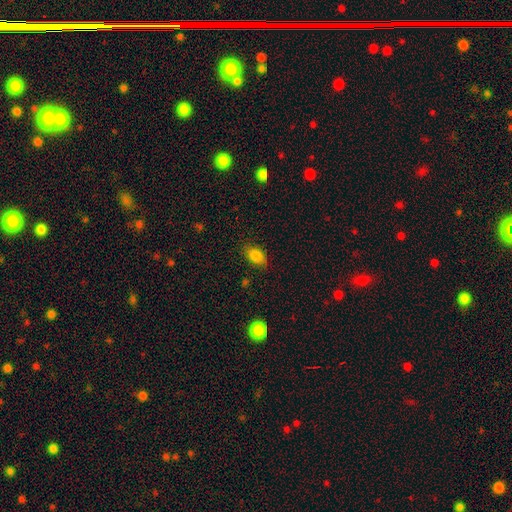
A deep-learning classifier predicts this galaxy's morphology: This appears to be a smooth galaxy with no disk features (85%) that is in between round and cigar-shaped (86%). Merging: none (83%).